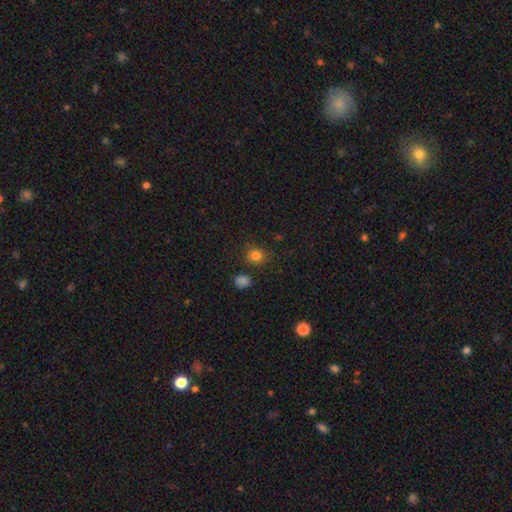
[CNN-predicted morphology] This appears to be a smooth galaxy with no disk features (80%) that is round (81%). Merging: none (81%).